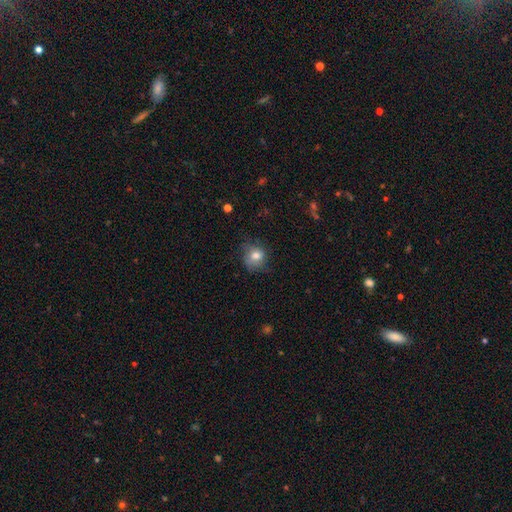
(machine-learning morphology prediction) Q: Smooth or featured?
A: smooth (73%); runner-up: featured or disk (17%)
Q: How rounded?
A: round (71%); runner-up: in between (28%)
Q: Merging?
A: none (61%); runner-up: minor disturbance (26%)